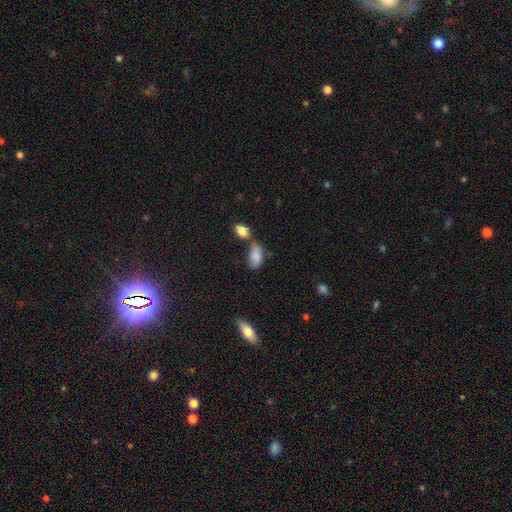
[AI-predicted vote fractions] smooth-or-featured: smooth: 83% | featured or disk: 8% | star or artifact: 8%
  how-rounded: in between: 93% | round: 4% | cigar-shaped: 3%
  merging: none: 38% | merger: 34% | minor disturbance: 20% | major disturbance: 8%